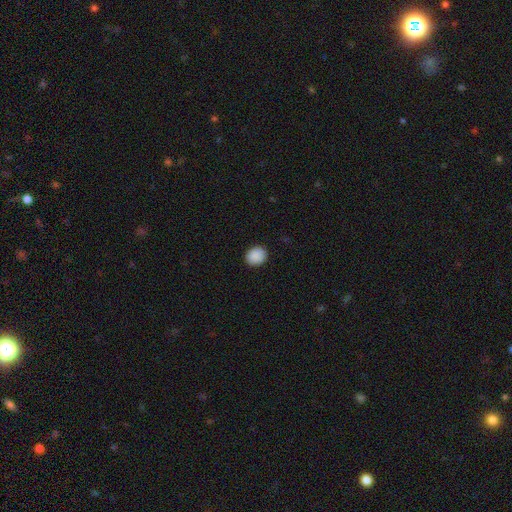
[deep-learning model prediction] Smooth or featured?
  - smooth: 90% *
  - star or artifact: 8%
  - featured or disk: 3%
How rounded?
  - round: 65% *
  - in between: 34%
  - cigar-shaped: 1%
Merging?
  - none: 89% *
  - minor disturbance: 8%
  - major disturbance: 2%
  - merger: 1%